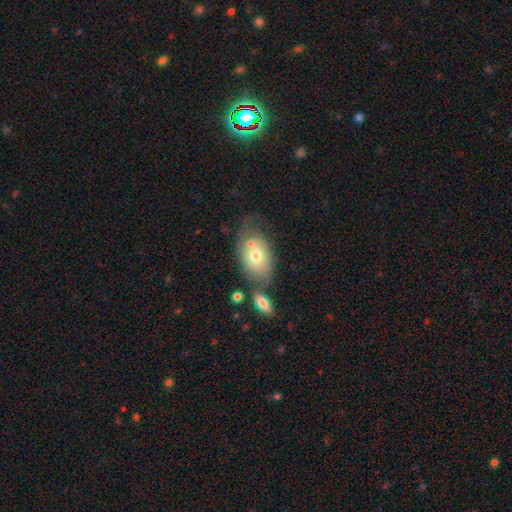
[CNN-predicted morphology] Q: Smooth or featured?
A: smooth (64%); runner-up: featured or disk (29%)
Q: How rounded?
A: in between (86%); runner-up: round (13%)
Q: Merging?
A: none (44%); runner-up: merger (24%)